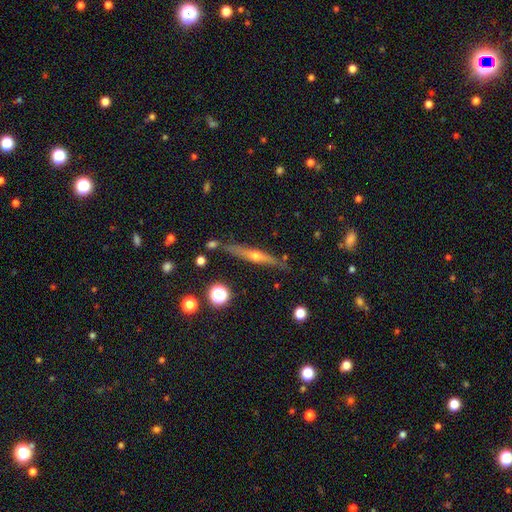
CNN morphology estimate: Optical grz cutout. It shows a featured or disk galaxy (63%) viewed edge-on (94%) with a rounded central bulge (86%). Merging: none (78%).